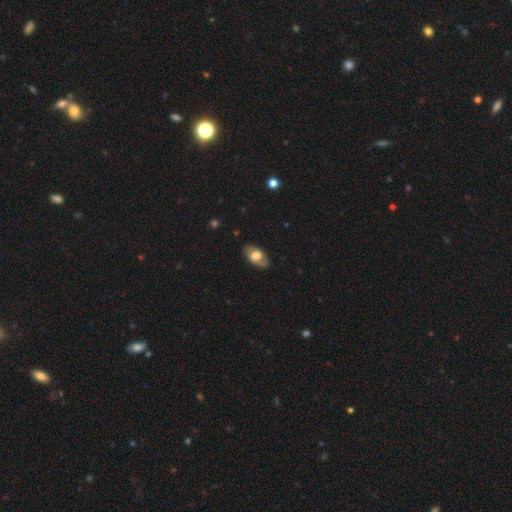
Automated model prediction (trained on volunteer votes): smooth-or-featured: smooth: 55% | featured or disk: 38% | star or artifact: 7%
  how-rounded: in between: 91% | round: 7% | cigar-shaped: 2%
  merging: none: 81% | minor disturbance: 15% | major disturbance: 4% | merger: 1%